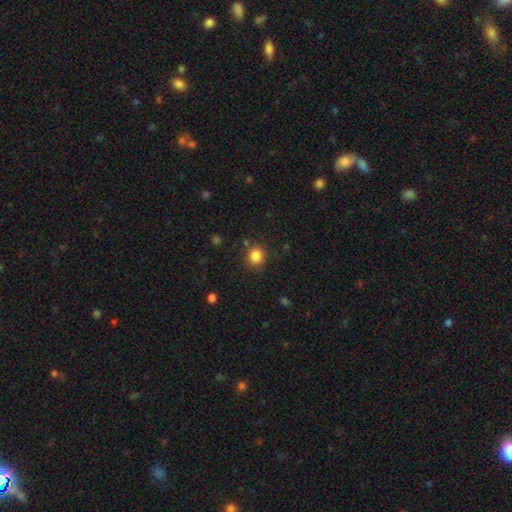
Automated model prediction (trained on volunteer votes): Overall: smooth (84%). How rounded: round (83%). Merging: none (82%).